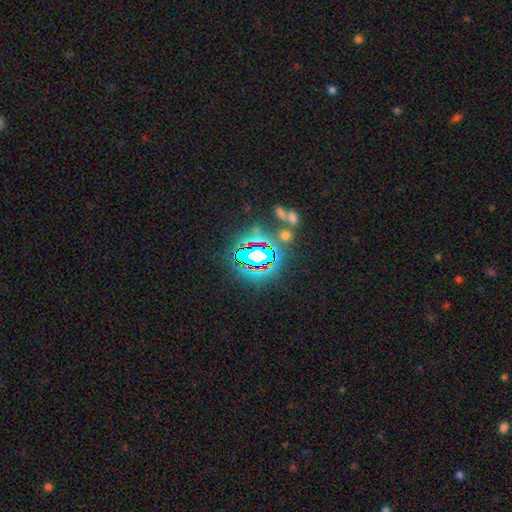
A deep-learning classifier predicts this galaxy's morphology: star or artifact 72%, smooth 15%, featured or disk 13%.